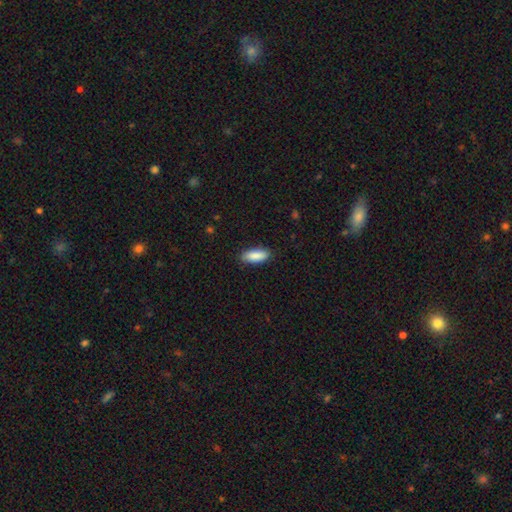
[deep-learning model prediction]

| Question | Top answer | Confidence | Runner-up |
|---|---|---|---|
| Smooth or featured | smooth | 89% | star or artifact (6%) |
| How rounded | in between | 77% | cigar-shaped (21%) |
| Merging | none | 86% | minor disturbance (10%) |